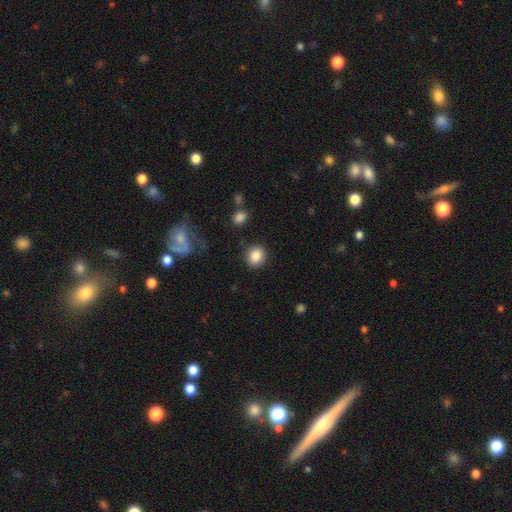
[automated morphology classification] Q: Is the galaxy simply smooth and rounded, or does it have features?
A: smooth — 86%.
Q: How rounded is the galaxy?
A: round — 77%.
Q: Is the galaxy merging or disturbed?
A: none — 87%.